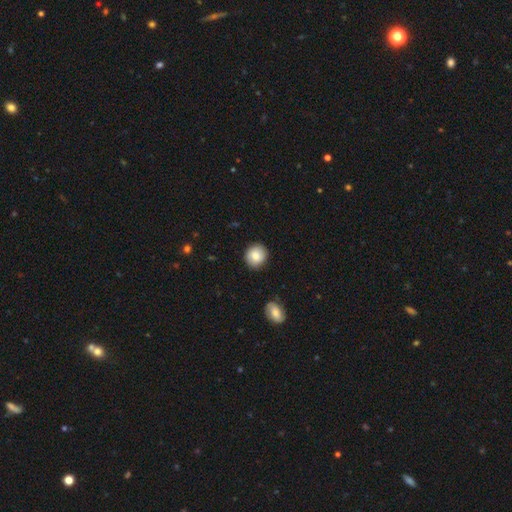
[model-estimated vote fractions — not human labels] The model was most divided on "smooth or featured": smooth: 82%, featured or disk: 10%, star or artifact: 8%. More confident: merging — none (88%); how rounded — round (86%).